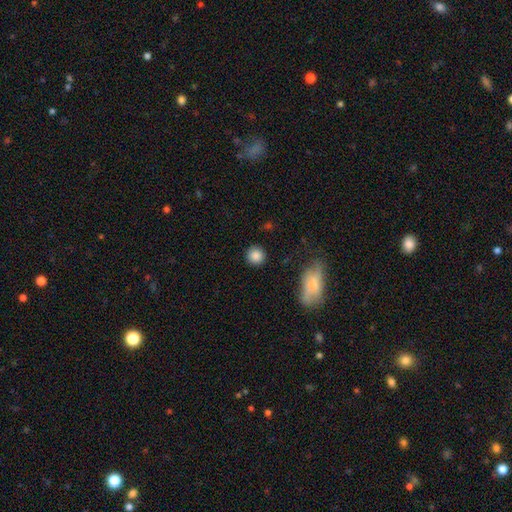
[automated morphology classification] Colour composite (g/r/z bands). It shows a smooth galaxy with no disk features (86%) that is round (91%). Merging: none (87%).